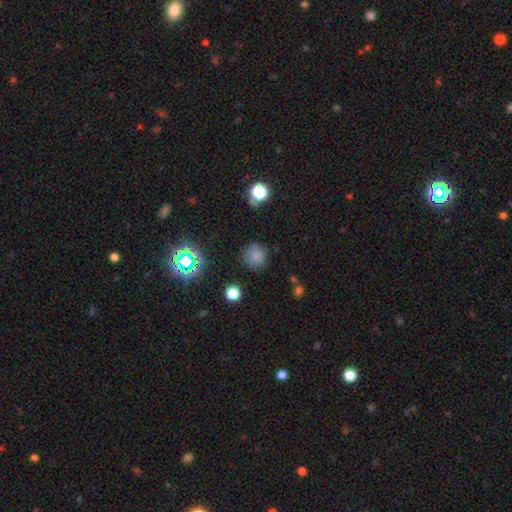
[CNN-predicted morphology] smooth_or_featured: smooth (p=0.75) [alt: star or artifact p=0.18]
how_rounded: round (p=0.87) [alt: in between p=0.12]
merging: none (p=0.78) [alt: minor disturbance p=0.15]